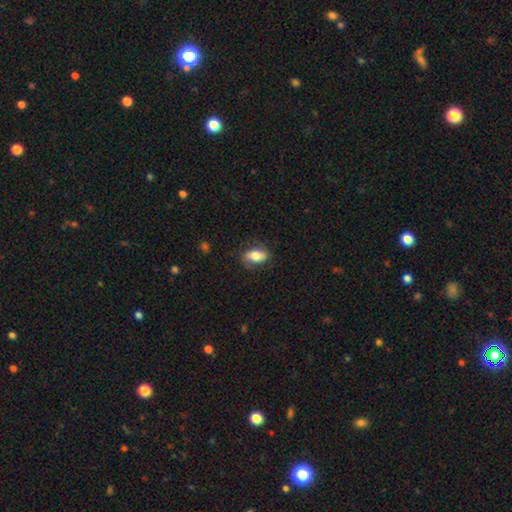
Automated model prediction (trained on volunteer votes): smooth 61%, featured or disk 32%, star or artifact 7%. Down the decision tree: how rounded — in between (87%); merging — none (74%).